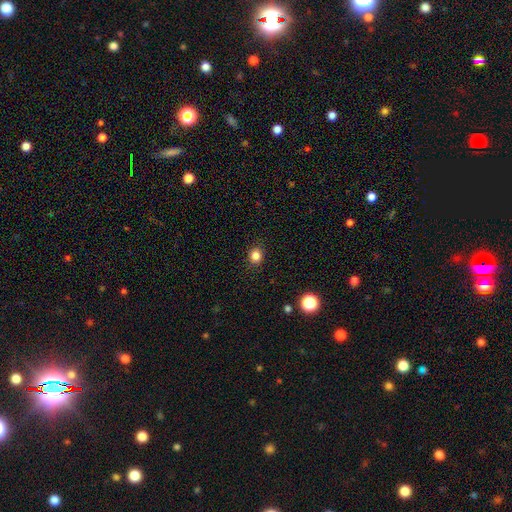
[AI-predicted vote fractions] A smooth galaxy with no disk features (83%) that is round (77%). Merging: none (89%).